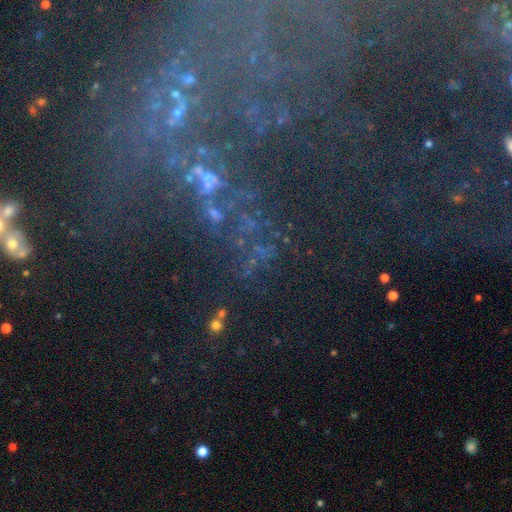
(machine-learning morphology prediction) Smooth or featured? Predicted: star or artifact (p=0.58).